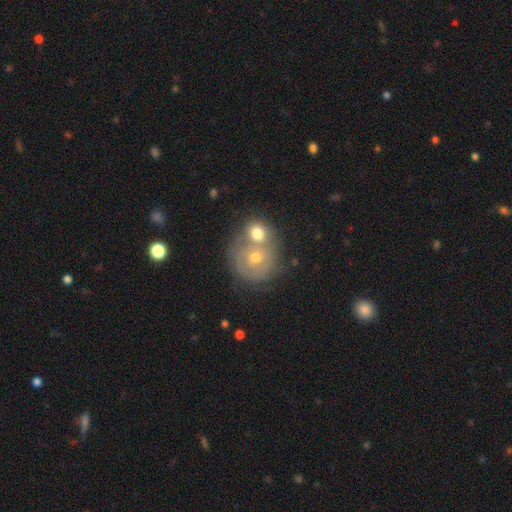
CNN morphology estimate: Smooth or featured?
  - featured or disk: 50% *
  - smooth: 39%
  - star or artifact: 11%
Edge-on disk?
  - no: 97% *
  - yes: 3%
Merging?
  - merger: 47% *
  - none: 39%
  - minor disturbance: 9%
  - major disturbance: 5%